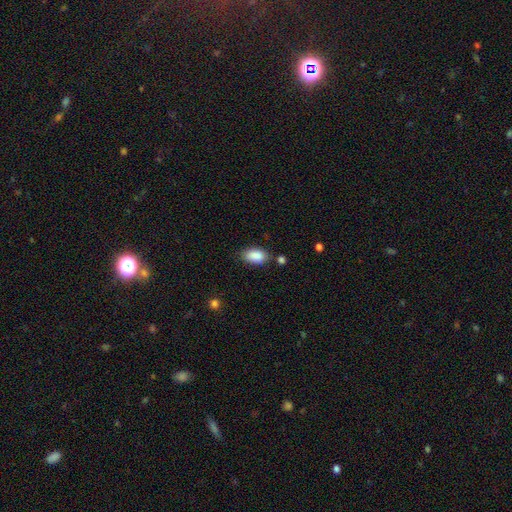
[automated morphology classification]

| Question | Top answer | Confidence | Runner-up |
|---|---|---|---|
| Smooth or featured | smooth | 89% | star or artifact (7%) |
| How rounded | in between | 92% | round (6%) |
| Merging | none | 75% | minor disturbance (16%) |